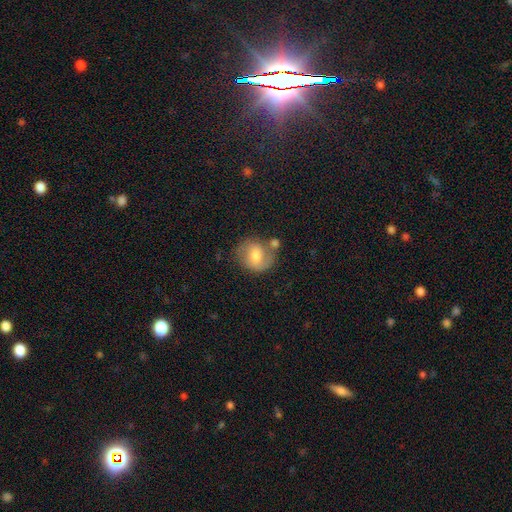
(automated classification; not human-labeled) Morphology: type=smooth (48%); merging=none (56%).